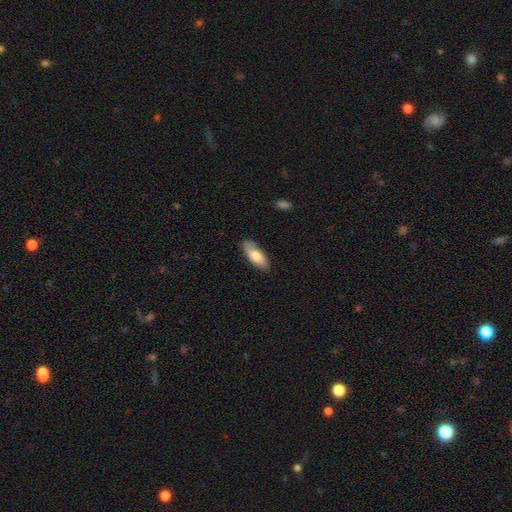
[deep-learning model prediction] The model was most divided on "how rounded": in between: 76%, cigar-shaped: 22%, round: 2%. More confident: merging — none (82%); smooth or featured — smooth (77%).